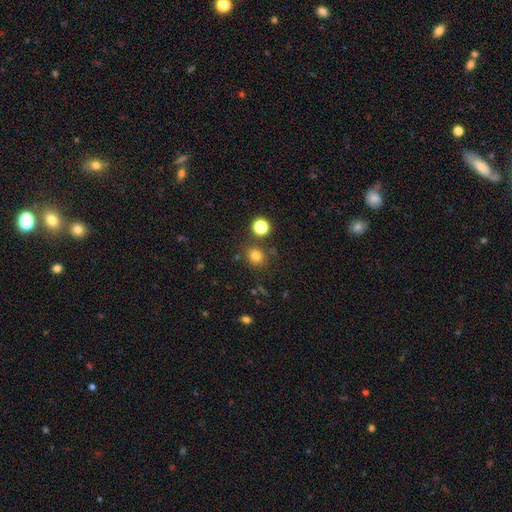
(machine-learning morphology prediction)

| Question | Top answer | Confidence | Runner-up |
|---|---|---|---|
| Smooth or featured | smooth | 77% | star or artifact (17%) |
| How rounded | round | 80% | in between (19%) |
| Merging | none | 79% | minor disturbance (11%) |